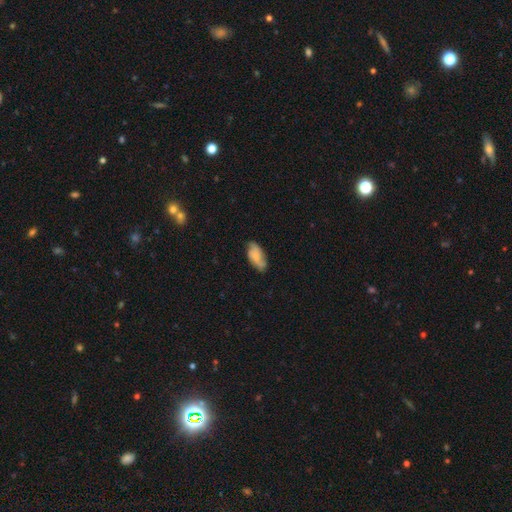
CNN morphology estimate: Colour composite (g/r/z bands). It shows a smooth galaxy with no disk features (53%) that is in between round and cigar-shaped (87%). Merging: none (71%).